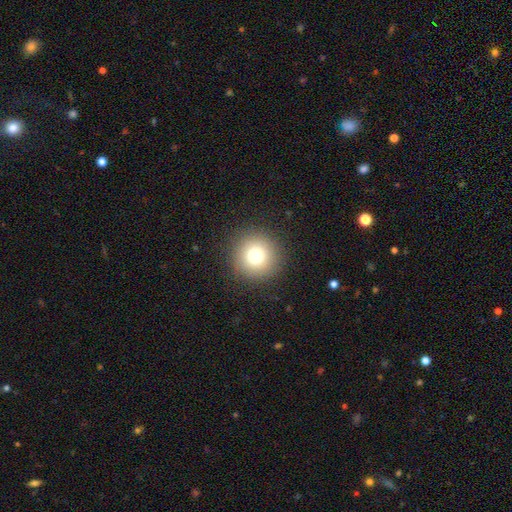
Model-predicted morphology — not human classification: type=smooth (77%); roundness=round (95%); merging=none (91%).